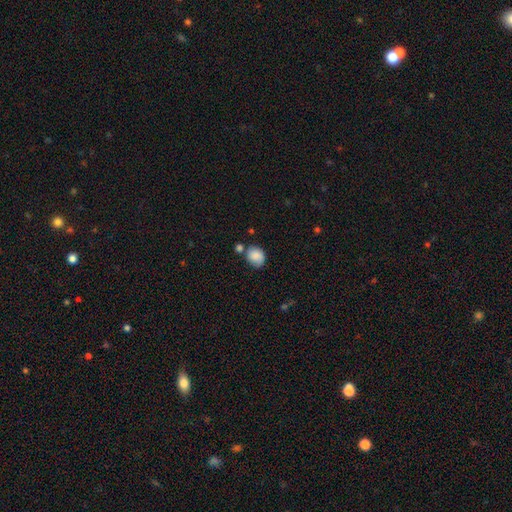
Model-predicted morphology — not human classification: Smooth or featured?
  - smooth: 78% *
  - featured or disk: 13%
  - star or artifact: 9%
How rounded?
  - round: 62% *
  - in between: 37%
  - cigar-shaped: 1%
Merging?
  - none: 58% *
  - minor disturbance: 22%
  - merger: 14%
  - major disturbance: 6%